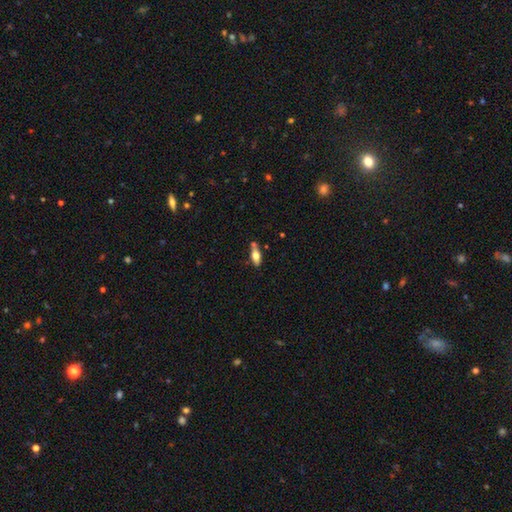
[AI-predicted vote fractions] Overall: smooth (61%; featured or disk 32%). How rounded: in between (70%). Merging: none (66%).